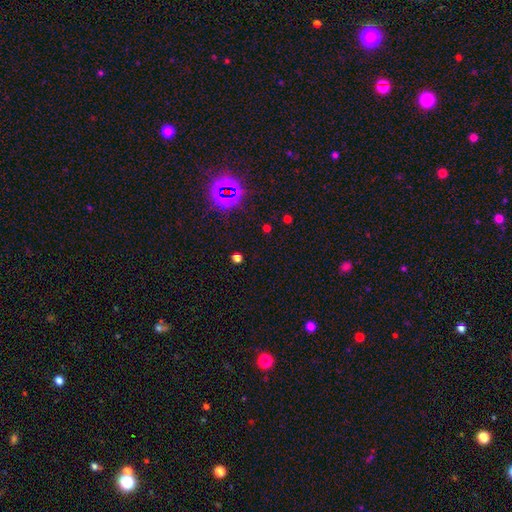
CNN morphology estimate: Smooth or featured?
  - star or artifact: 61% *
  - smooth: 32%
  - featured or disk: 6%